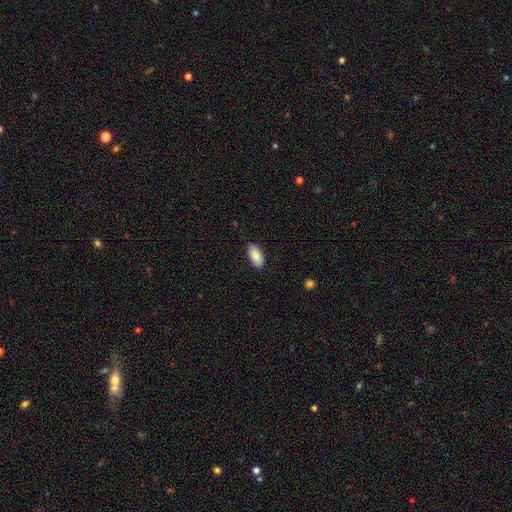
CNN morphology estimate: smooth_or_featured: smooth (p=0.89) [alt: star or artifact p=0.06]
how_rounded: in between (p=0.95) [alt: cigar-shaped p=0.03]
merging: none (p=0.87) [alt: minor disturbance p=0.10]